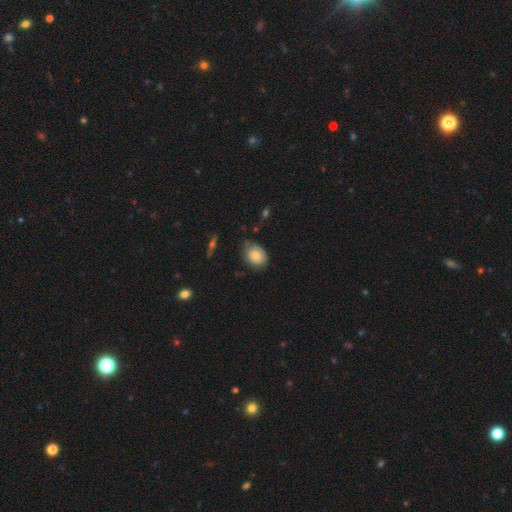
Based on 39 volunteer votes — A smooth galaxy with no disk features (77%) that is in between round and cigar-shaped (80%).

Vote fractions:
- Smooth or featured? smooth: 77% / featured or disk: 13% / star or artifact: 10%
- How rounded? in between: 80% / round: 20% / cigar-shaped: 0%
- Merging? none: 51% / minor disturbance: 40% / major disturbance: 9% / merger: 0%